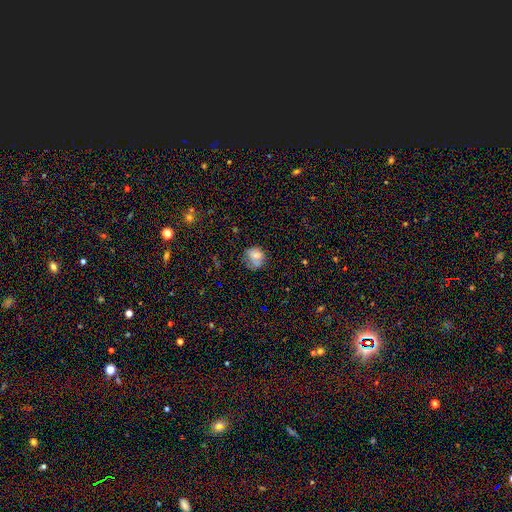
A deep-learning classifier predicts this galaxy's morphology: smooth_or_featured: smooth (p=0.65) [alt: featured or disk p=0.20]
how_rounded: round (p=0.64) [alt: in between p=0.35]
merging: none (p=0.49) [alt: minor disturbance p=0.28]